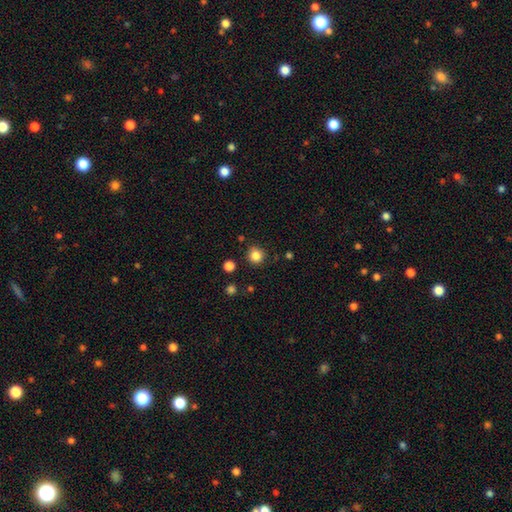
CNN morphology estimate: Smooth or featured?
  - smooth: 84% *
  - star or artifact: 12%
  - featured or disk: 4%
How rounded?
  - round: 92% *
  - in between: 7%
  - cigar-shaped: 1%
Merging?
  - none: 87% *
  - minor disturbance: 8%
  - merger: 3%
  - major disturbance: 3%